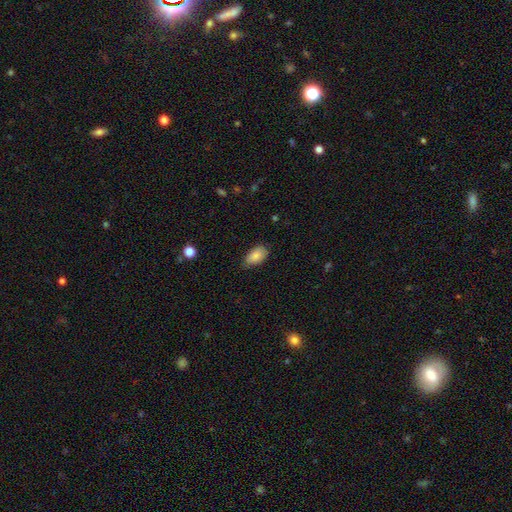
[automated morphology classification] smooth_or_featured: smooth (p=0.85) [alt: featured or disk p=0.08]
how_rounded: in between (p=0.93) [alt: round p=0.05]
merging: none (p=0.74) [alt: minor disturbance p=0.22]